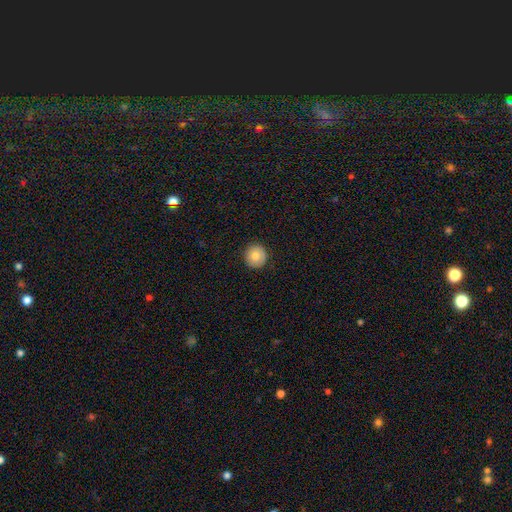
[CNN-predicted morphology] smooth-or-featured: smooth: 81% | featured or disk: 10% | star or artifact: 9%
  how-rounded: round: 95% | in between: 4% | cigar-shaped: 1%
  merging: none: 92% | minor disturbance: 6% | major disturbance: 2% | merger: 1%